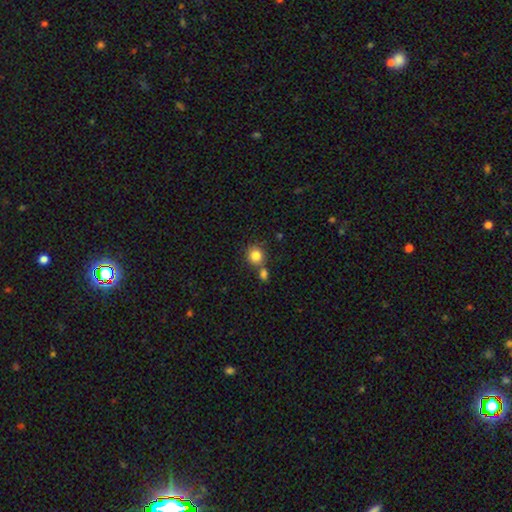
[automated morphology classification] Smooth or featured: smooth — 84% (star or artifact — 10%)
How rounded: round — 87% (in between — 12%)
Merging: none — 59% (merger — 28%)